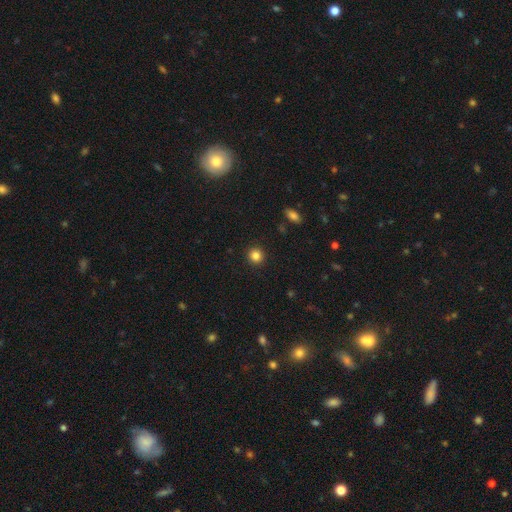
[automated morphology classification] A smooth galaxy with no disk features (84%) that is round (93%).

Vote fractions:
- Smooth or featured? smooth: 84% / star or artifact: 11% / featured or disk: 5%
- How rounded? round: 93% / in between: 6% / cigar-shaped: 1%
- Merging? none: 92% / minor disturbance: 5% / major disturbance: 2% / merger: 1%